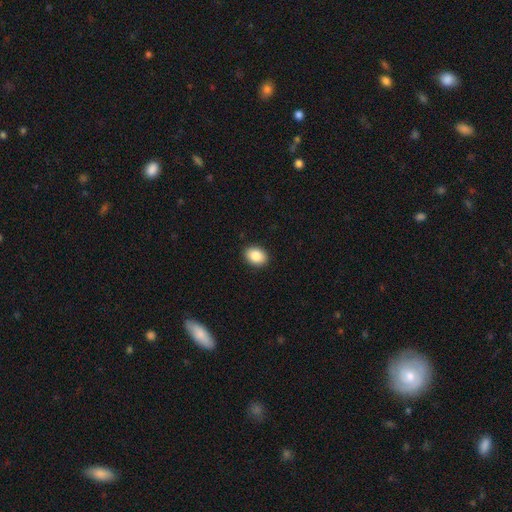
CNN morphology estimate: This is clearly a smooth galaxy (87%). How rounded: likely in between (72%). Merging: clearly none (91%).